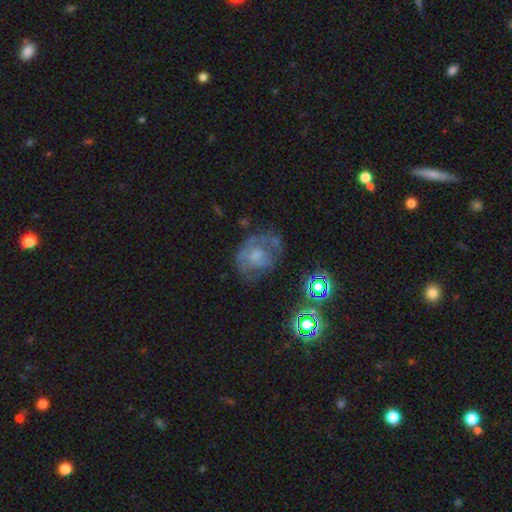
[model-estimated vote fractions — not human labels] Smooth or featured: featured or disk — 57% (smooth — 30%)
Edge-on disk: no — 97% (yes — 3%)
Bar: no — 79% (weak — 18%)
Spiral arms: no — 52% (yes — 48%)
Bulge size: moderate — 36% (small — 33%)
Merging: none — 46% (major disturbance — 26%)